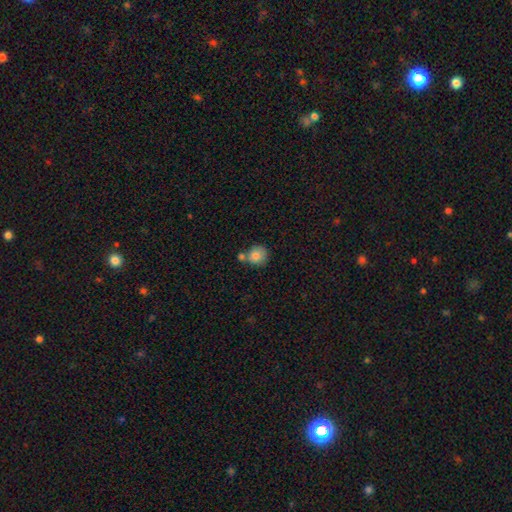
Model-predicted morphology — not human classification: Smooth or featured: smooth — 82% (featured or disk — 9%)
How rounded: round — 89% (in between — 10%)
Merging: none — 53% (merger — 31%)